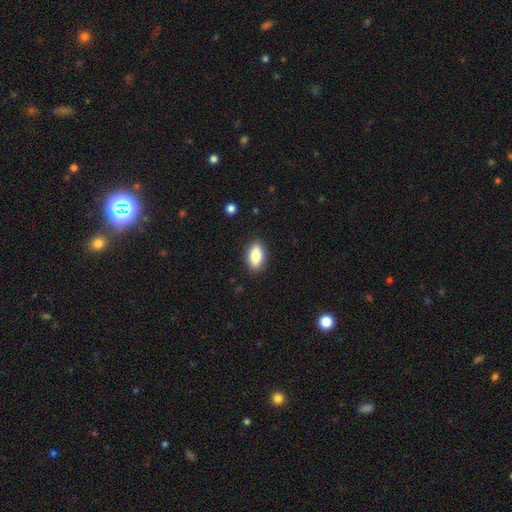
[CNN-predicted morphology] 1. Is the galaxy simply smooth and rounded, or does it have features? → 83% smooth, 10% featured or disk, 7% star or artifact.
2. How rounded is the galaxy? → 88% in between, 7% cigar-shaped, 5% round.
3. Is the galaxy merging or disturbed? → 88% none, 9% minor disturbance, 2% major disturbance, 1% merger.